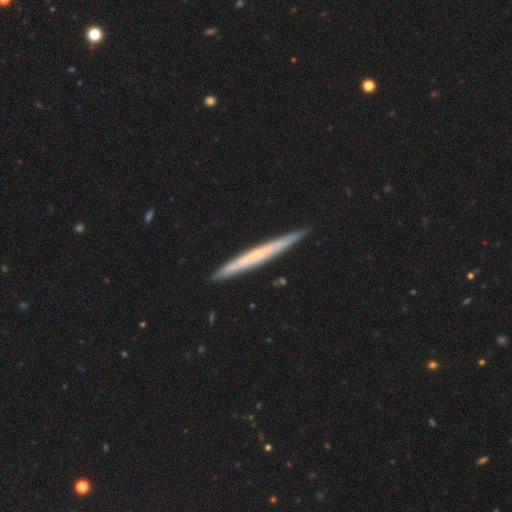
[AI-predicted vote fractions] Overall: featured or disk (61%; smooth 34%). Edge-on disk: yes (96%). Edge-on bulge: none (72%). Merging: none (91%).